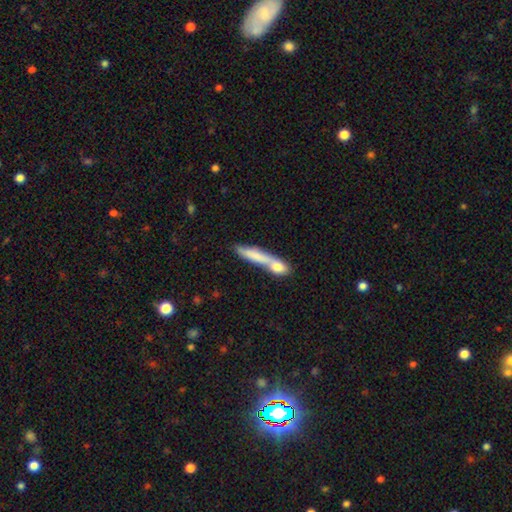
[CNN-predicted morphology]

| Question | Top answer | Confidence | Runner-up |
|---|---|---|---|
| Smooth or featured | smooth | 70% | featured or disk (24%) |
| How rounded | cigar-shaped | 77% | in between (20%) |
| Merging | merger | 54% | none (30%) |